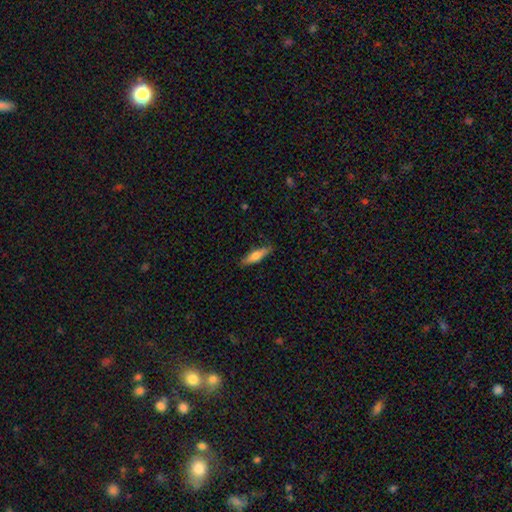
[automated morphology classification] Smooth or featured?
  - smooth: 61% *
  - featured or disk: 33%
  - star or artifact: 6%
How rounded?
  - cigar-shaped: 68% *
  - in between: 30%
  - round: 2%
Merging?
  - none: 85% *
  - minor disturbance: 12%
  - major disturbance: 2%
  - merger: 1%